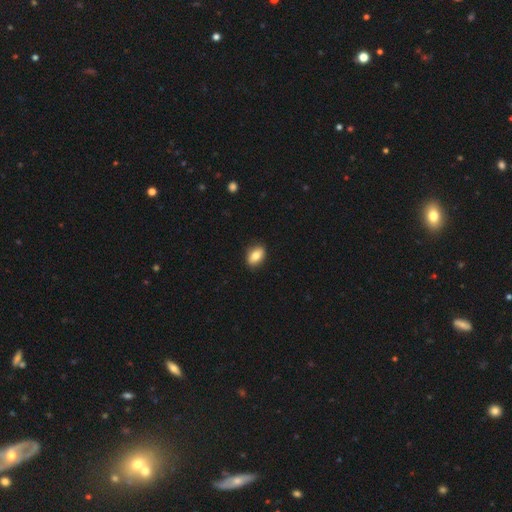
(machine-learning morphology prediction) Q: Smooth or featured?
A: smooth (81%); runner-up: featured or disk (11%)
Q: How rounded?
A: in between (84%); runner-up: round (13%)
Q: Merging?
A: none (88%); runner-up: minor disturbance (9%)